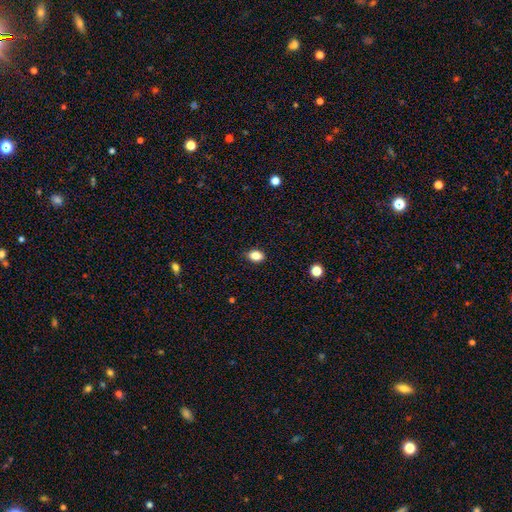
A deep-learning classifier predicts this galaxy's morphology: Overall: smooth (85%). How rounded: in between (78%). Merging: none (85%).